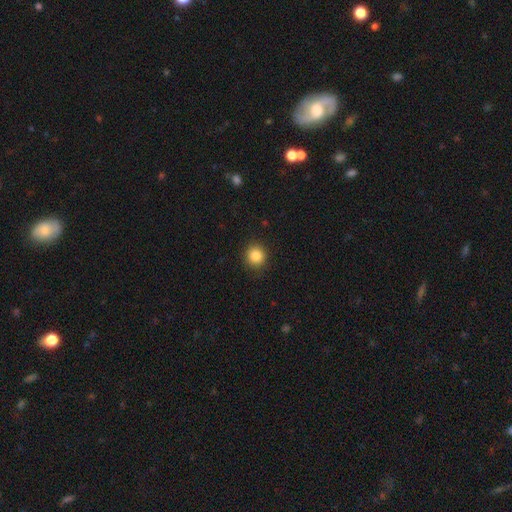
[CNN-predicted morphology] smooth 85%, star or artifact 10%, featured or disk 4%. Down the decision tree: how rounded — round (90%); merging — none (90%).